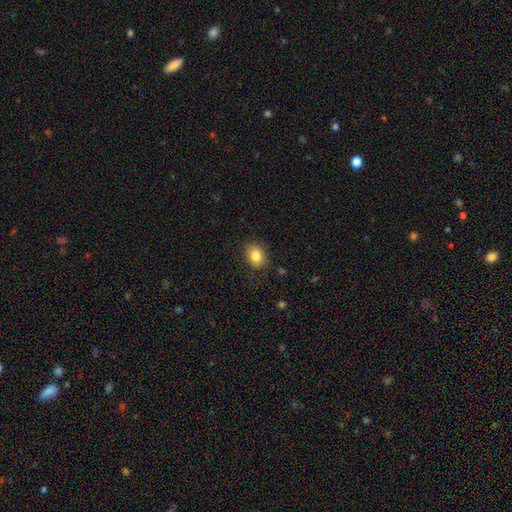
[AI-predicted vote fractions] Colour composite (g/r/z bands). It shows a smooth galaxy with no disk features (83%) that is in between round and cigar-shaped (59%). Merging: none (84%).